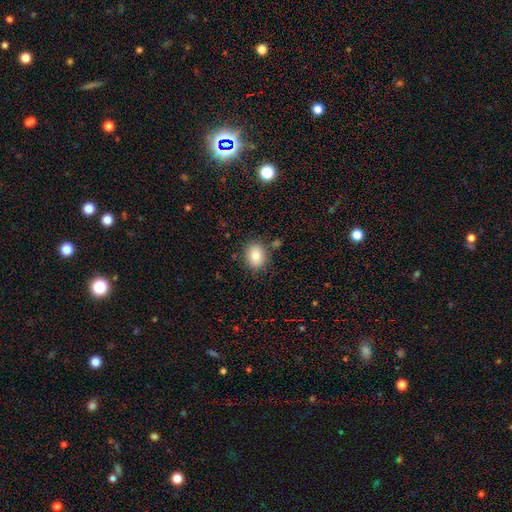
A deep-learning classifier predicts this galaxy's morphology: Smooth or featured: smooth — 81% (featured or disk — 10%)
How rounded: round — 51% (in between — 48%)
Merging: none — 82% (minor disturbance — 11%)